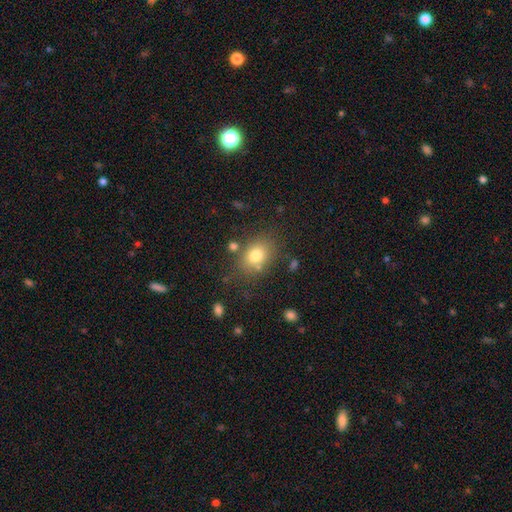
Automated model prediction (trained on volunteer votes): A smooth galaxy with no disk features (77%) that is in between round and cigar-shaped (64%). Merging: none (73%).